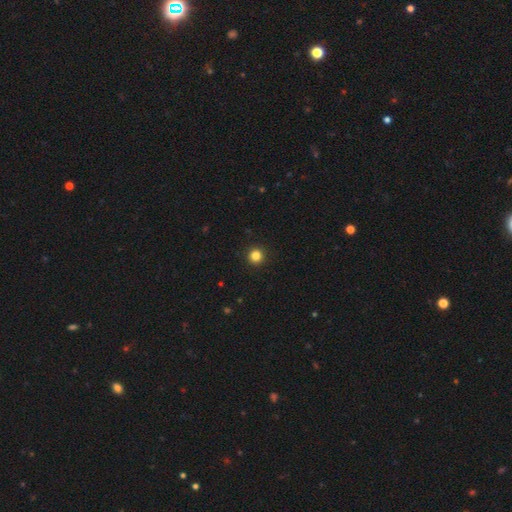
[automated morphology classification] This is clearly a smooth galaxy (84%). How rounded: clearly round (95%). Merging: clearly none (94%).